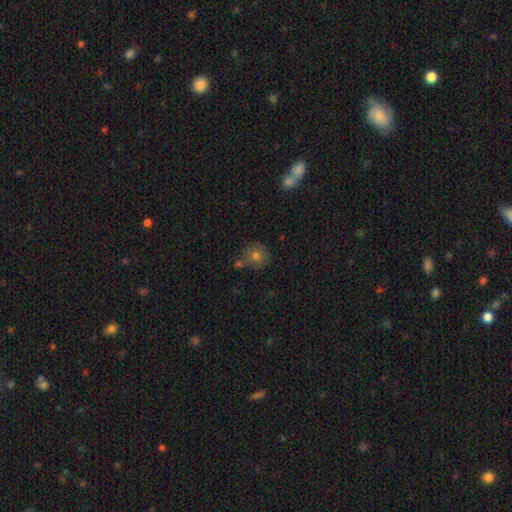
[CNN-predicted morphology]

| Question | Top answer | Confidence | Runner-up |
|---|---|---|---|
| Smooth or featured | smooth | 75% | star or artifact (13%) |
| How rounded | round | 91% | in between (8%) |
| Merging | none | 69% | merger (16%) |